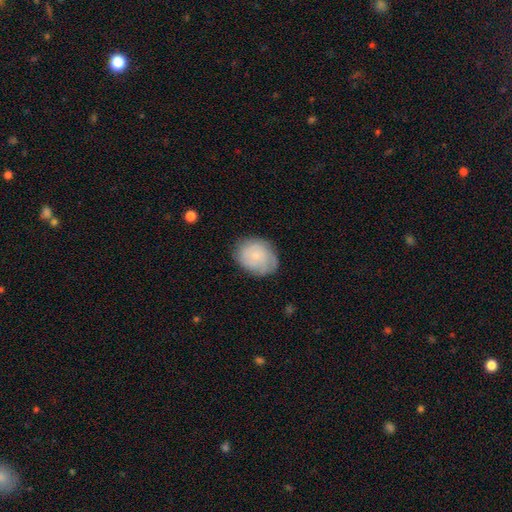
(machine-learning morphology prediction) Smooth or featured? Predicted: smooth (p=0.51). How rounded? Predicted: round (p=0.54). Merging? Predicted: none (p=0.73).